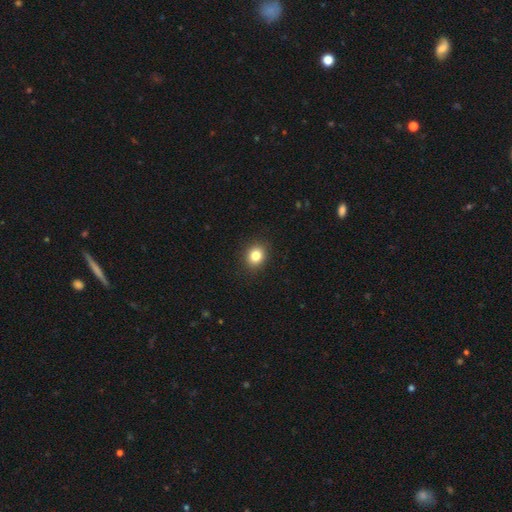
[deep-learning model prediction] Morphology: type=smooth (83%); roundness=round (68%); merging=none (91%).